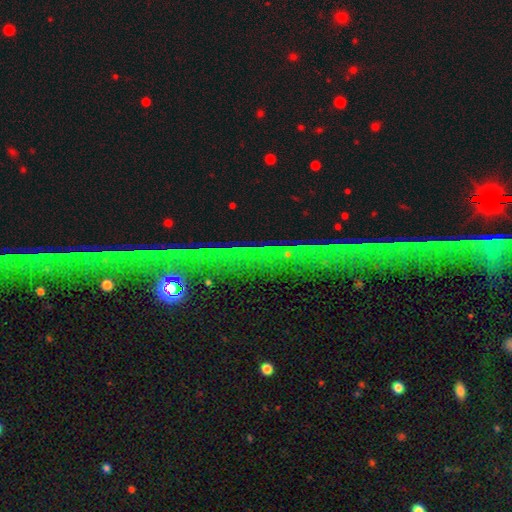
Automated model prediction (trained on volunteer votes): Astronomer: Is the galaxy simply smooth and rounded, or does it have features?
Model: star or artifact — 84%.